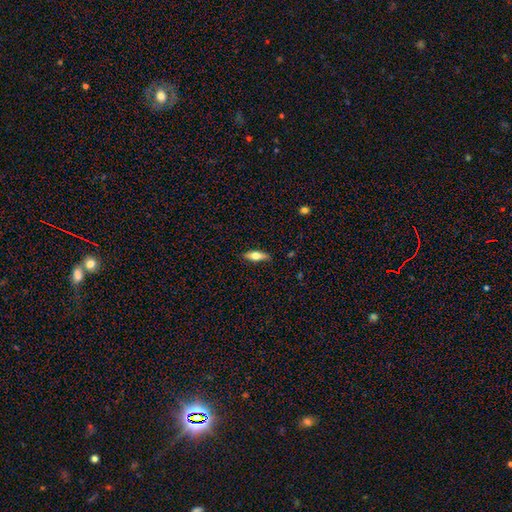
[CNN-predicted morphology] Smooth or featured: smooth — 63% (featured or disk — 30%)
How rounded: in between — 59% (cigar-shaped — 39%)
Merging: none — 83% (minor disturbance — 14%)